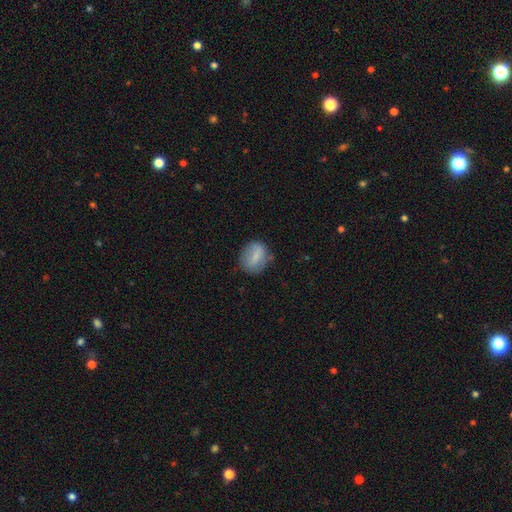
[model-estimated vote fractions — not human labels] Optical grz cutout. It shows a smooth galaxy with no disk features (74%) that is in between round and cigar-shaped (52%). Merging: none (68%).